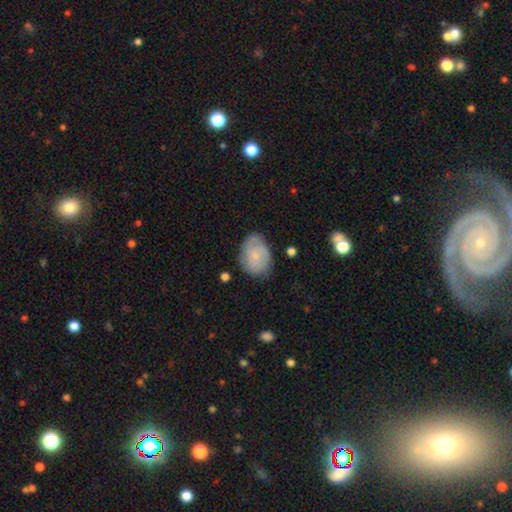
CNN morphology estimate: Smooth or featured? smooth (55%)
How rounded? in between (71%)
Merging? none (66%)